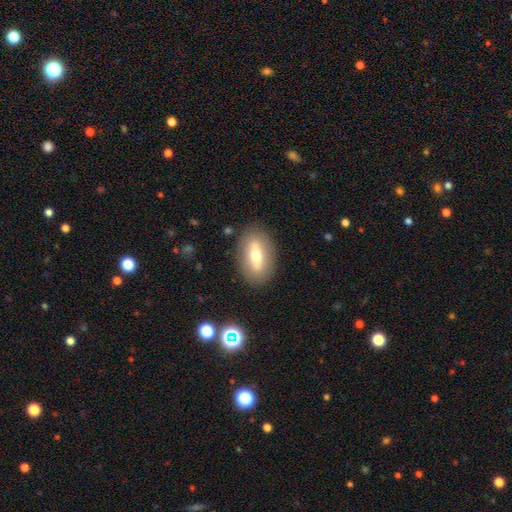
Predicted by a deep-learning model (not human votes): smooth_or_featured: smooth (p=0.53) [alt: featured or disk p=0.38]
how_rounded: in between (p=0.82) [alt: cigar-shaped p=0.12]
merging: none (p=0.85) [alt: minor disturbance p=0.10]